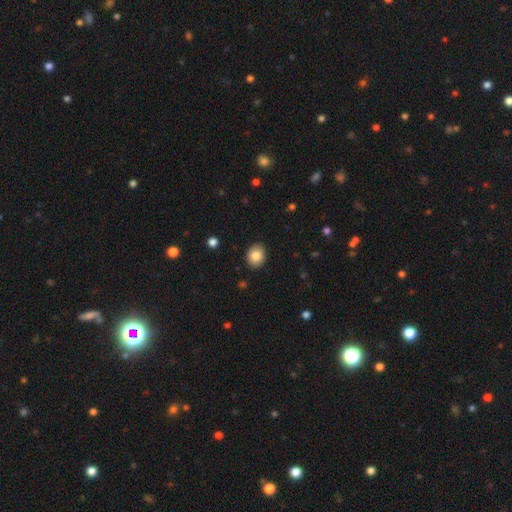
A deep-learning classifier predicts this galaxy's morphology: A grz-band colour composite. It shows a smooth galaxy with no disk features (84%) that is in between round and cigar-shaped (50%). Merging: none (90%).